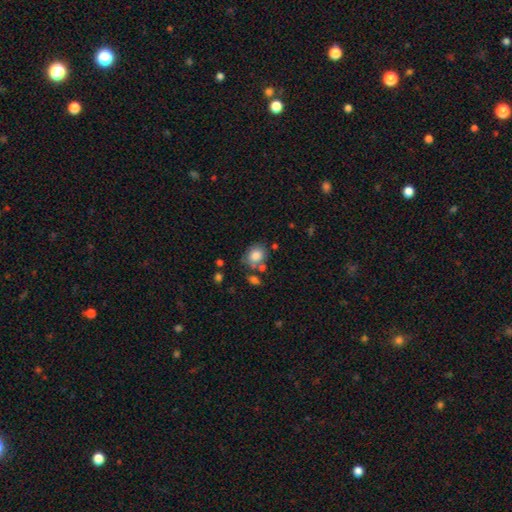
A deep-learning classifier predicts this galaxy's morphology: smooth_or_featured: smooth (p=0.82) [alt: featured or disk p=0.09]
how_rounded: round (p=0.59) [alt: in between p=0.40]
merging: none (p=0.59) [alt: minor disturbance p=0.18]